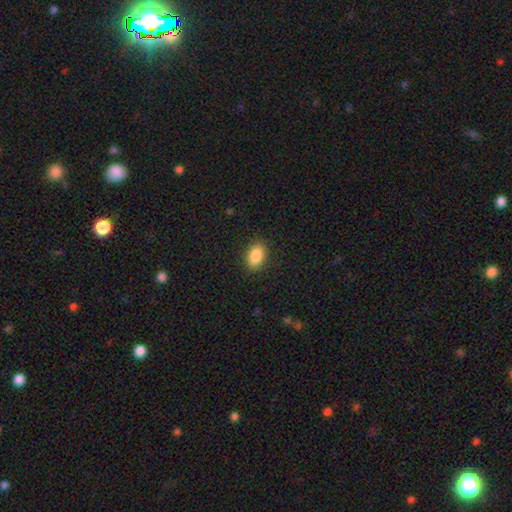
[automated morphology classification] Smooth or featured?
  - smooth: 87% *
  - star or artifact: 8%
  - featured or disk: 5%
How rounded?
  - in between: 88% *
  - round: 10%
  - cigar-shaped: 2%
Merging?
  - none: 88% *
  - minor disturbance: 8%
  - major disturbance: 2%
  - merger: 1%